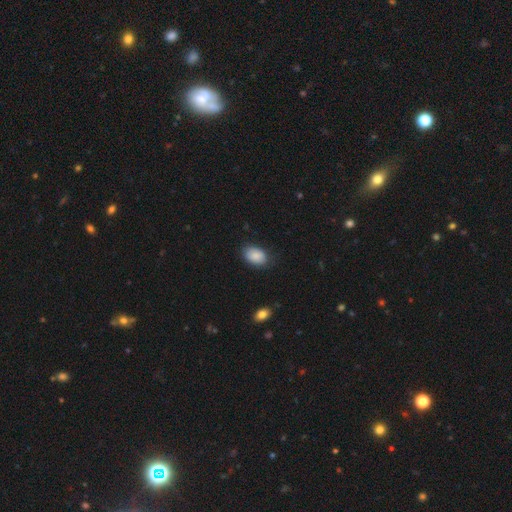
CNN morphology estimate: smooth_or_featured: smooth (p=0.87) [alt: star or artifact p=0.07]
how_rounded: in between (p=0.88) [alt: round p=0.11]
merging: none (p=0.75) [alt: minor disturbance p=0.20]